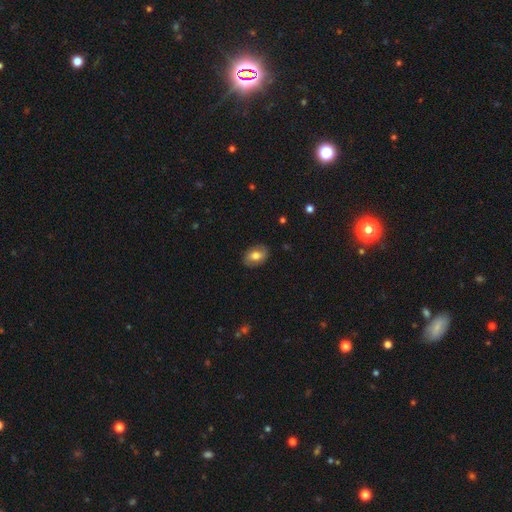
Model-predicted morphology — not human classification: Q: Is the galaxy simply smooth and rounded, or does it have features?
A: smooth — 60%.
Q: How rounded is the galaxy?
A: in between — 80%.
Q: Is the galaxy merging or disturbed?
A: none — 85%.